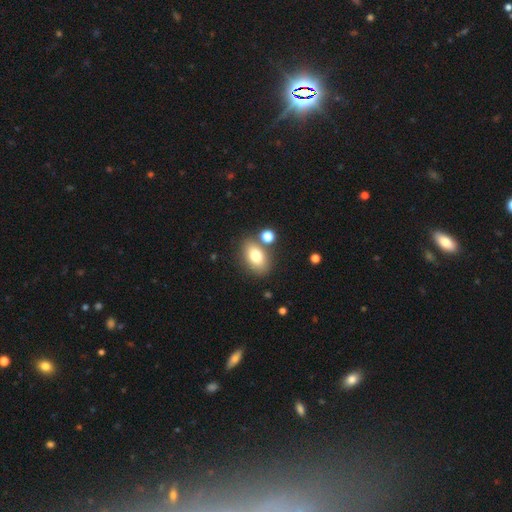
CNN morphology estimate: Smooth or featured? smooth (76%)
How rounded? in between (84%)
Merging? none (74%)